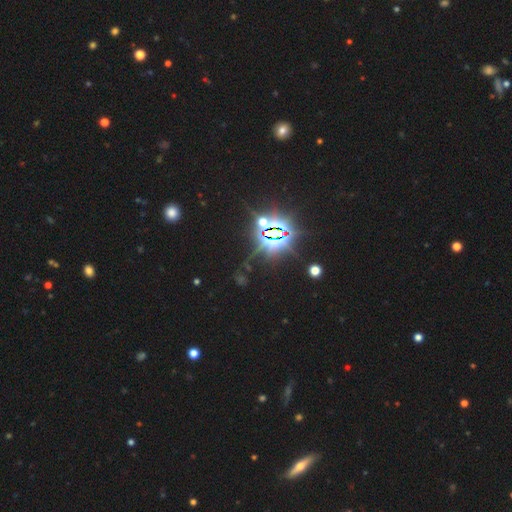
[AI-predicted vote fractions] A star or artifact, not a galaxy (85%).

Vote fractions:
- Smooth or featured? star or artifact: 85% / smooth: 9% / featured or disk: 6%